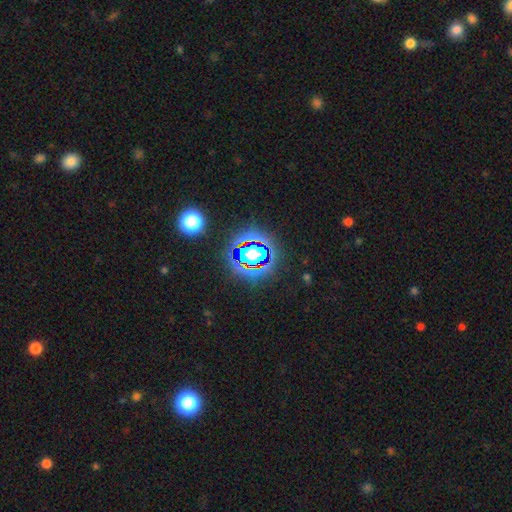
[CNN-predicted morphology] Smooth or featured? Predicted: star or artifact (p=0.80).